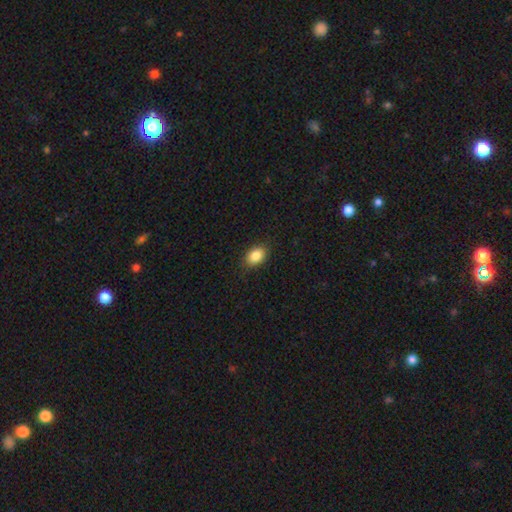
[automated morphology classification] Q: Smooth or featured?
A: smooth (86%); runner-up: star or artifact (9%)
Q: How rounded?
A: in between (79%); runner-up: round (20%)
Q: Merging?
A: none (87%); runner-up: minor disturbance (10%)